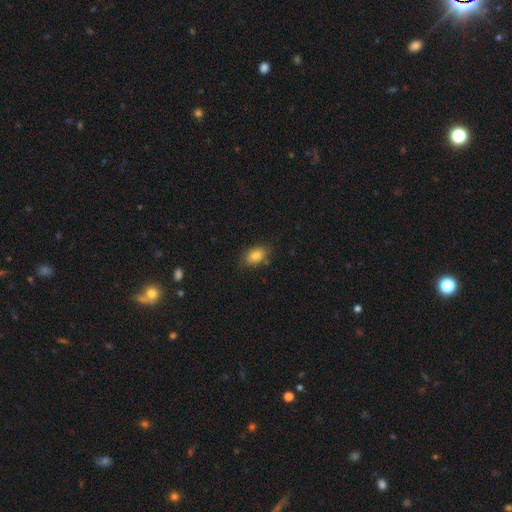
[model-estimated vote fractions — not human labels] This appears to be a smooth galaxy with no disk features (82%) that is in between round and cigar-shaped (85%). Merging: none (79%).